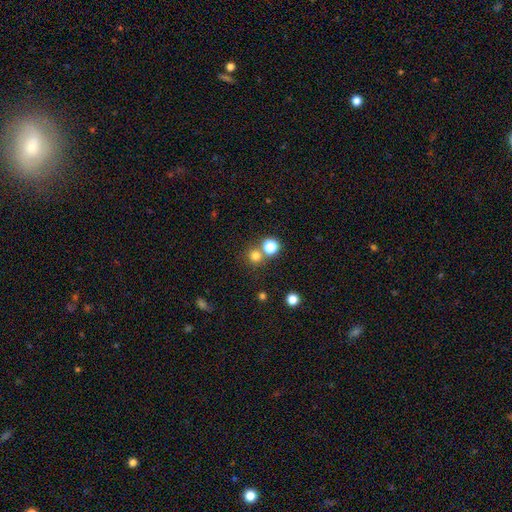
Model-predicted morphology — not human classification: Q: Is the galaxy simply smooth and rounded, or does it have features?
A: smooth — 76%.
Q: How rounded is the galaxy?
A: round — 91%.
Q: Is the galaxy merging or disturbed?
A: none — 66%.